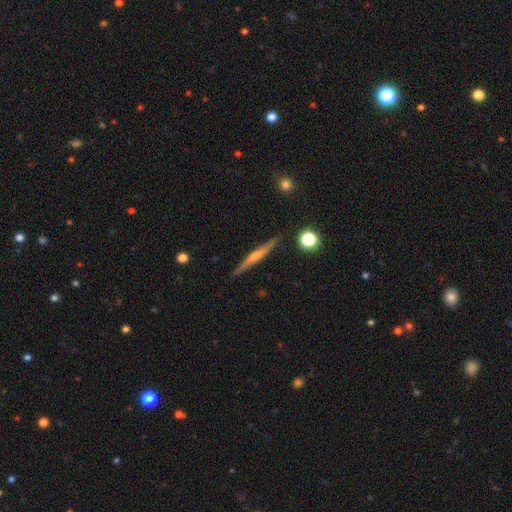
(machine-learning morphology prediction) This is likely a featured or disk galaxy (66%). It is clearly viewed edge-on (98%). Edge-on bulge: likely rounded (64%). Merging: clearly none (89%).